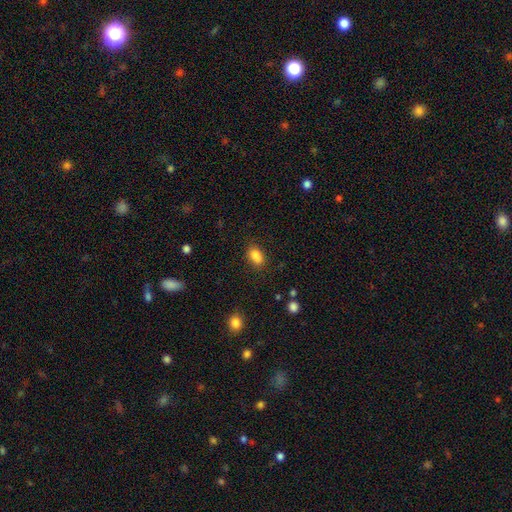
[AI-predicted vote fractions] Smooth or featured? Predicted: smooth (p=0.85). How rounded? Predicted: in between (p=0.85). Merging? Predicted: none (p=0.78).